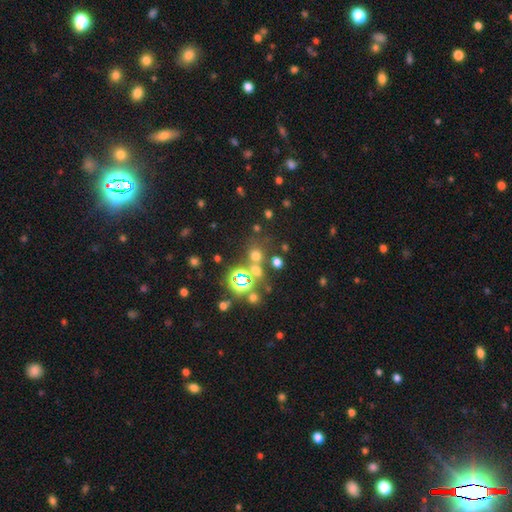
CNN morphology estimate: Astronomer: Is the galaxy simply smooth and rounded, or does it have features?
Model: smooth — 53% (runner-up: star or artifact, 38%).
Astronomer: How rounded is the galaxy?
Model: round — 83%.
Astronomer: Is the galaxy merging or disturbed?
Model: none — 66%.